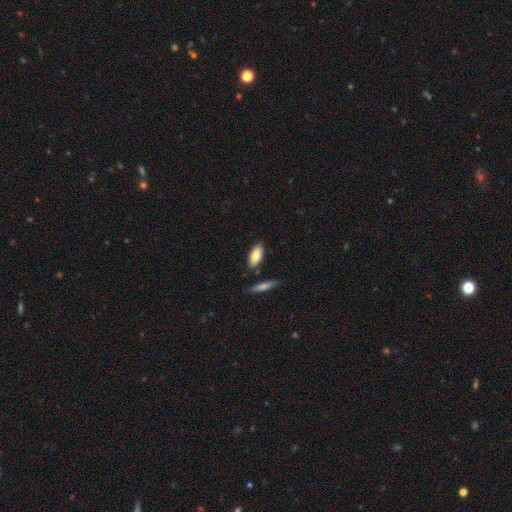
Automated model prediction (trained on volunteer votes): The model was most divided on "smooth or featured": smooth: 82%, featured or disk: 12%, star or artifact: 6%. More confident: how rounded — in between (86%); merging — none (82%).